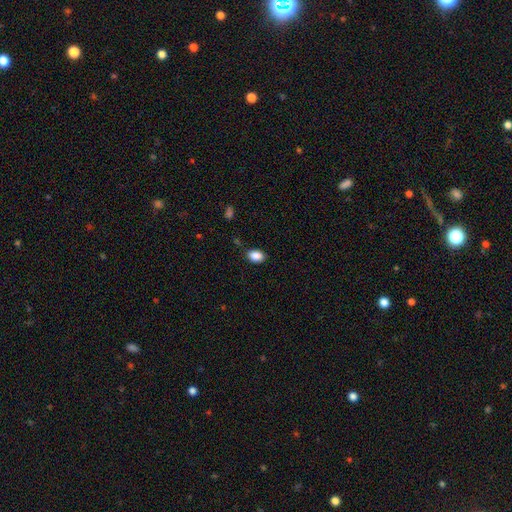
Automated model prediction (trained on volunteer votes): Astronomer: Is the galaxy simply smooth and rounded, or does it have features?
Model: smooth — 88%.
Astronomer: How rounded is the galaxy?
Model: in between — 85%.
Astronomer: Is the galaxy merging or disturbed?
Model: none — 84%.